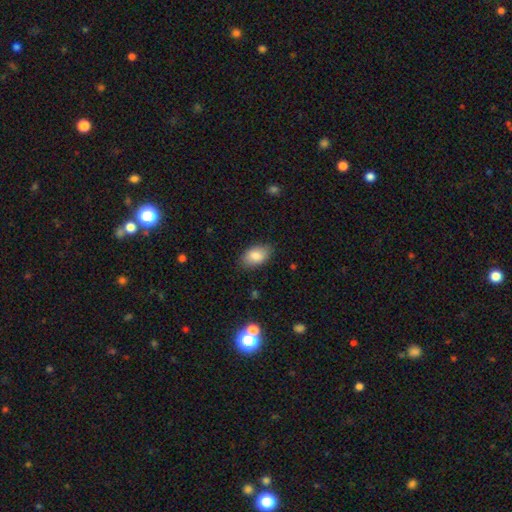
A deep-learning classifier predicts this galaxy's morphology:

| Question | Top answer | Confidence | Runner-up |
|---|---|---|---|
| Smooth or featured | smooth | 85% | featured or disk (8%) |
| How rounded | in between | 91% | round (7%) |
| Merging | none | 84% | minor disturbance (12%) |